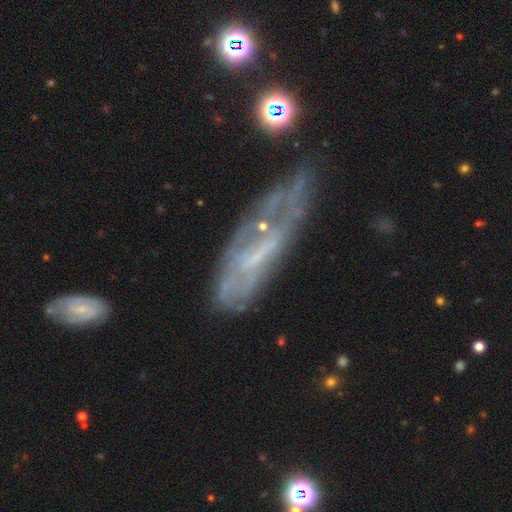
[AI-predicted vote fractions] Smooth or featured? featured or disk (67%)
Edge-on disk? no (75%)
Merging? none (45%)